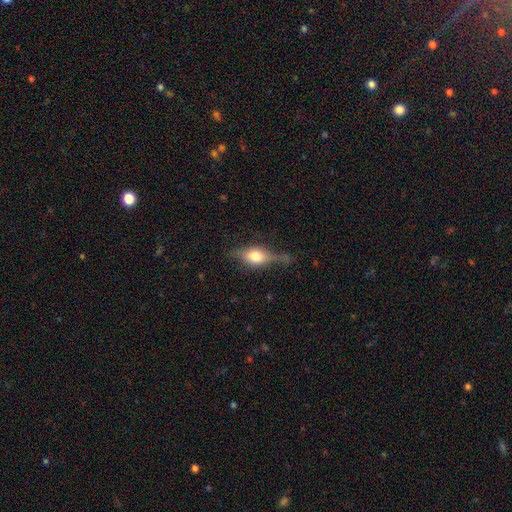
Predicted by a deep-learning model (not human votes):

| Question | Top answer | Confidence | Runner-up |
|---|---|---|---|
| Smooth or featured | featured or disk | 46% | smooth (45%) |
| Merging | none | 62% | minor disturbance (24%) |